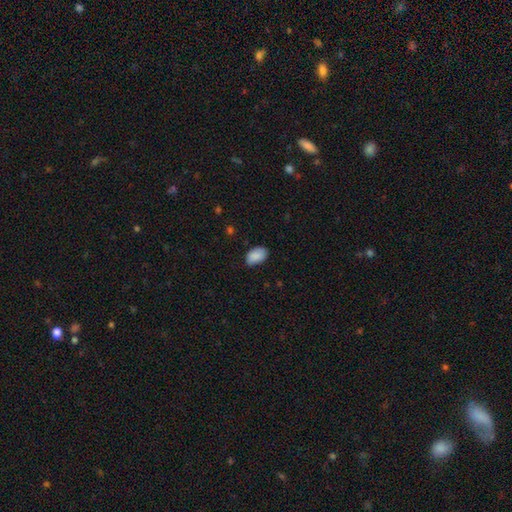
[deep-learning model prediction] smooth_or_featured: smooth (p=0.88) [alt: star or artifact p=0.07]
how_rounded: in between (p=0.91) [alt: round p=0.08]
merging: none (p=0.73) [alt: minor disturbance p=0.23]